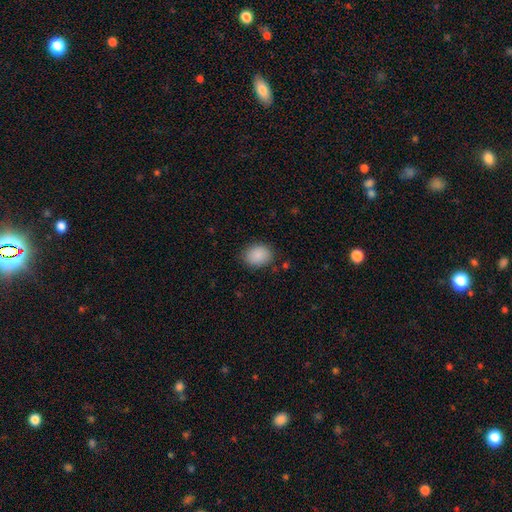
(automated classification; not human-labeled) Smooth or featured? smooth (89%)
How rounded? in between (59%)
Merging? none (83%)